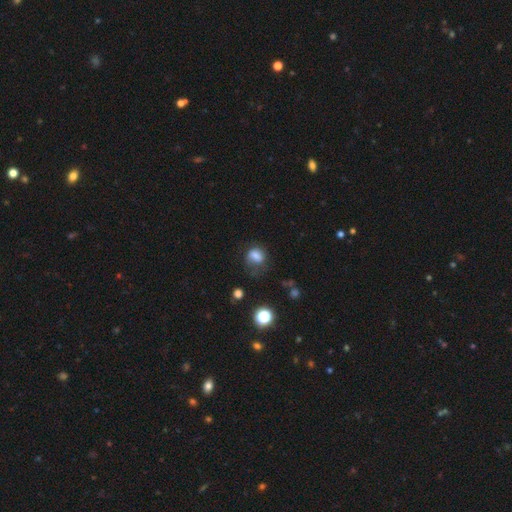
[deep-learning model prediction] Q: Smooth or featured?
A: smooth (75%); runner-up: star or artifact (13%)
Q: How rounded?
A: round (55%); runner-up: in between (44%)
Q: Merging?
A: none (47%); runner-up: minor disturbance (29%)